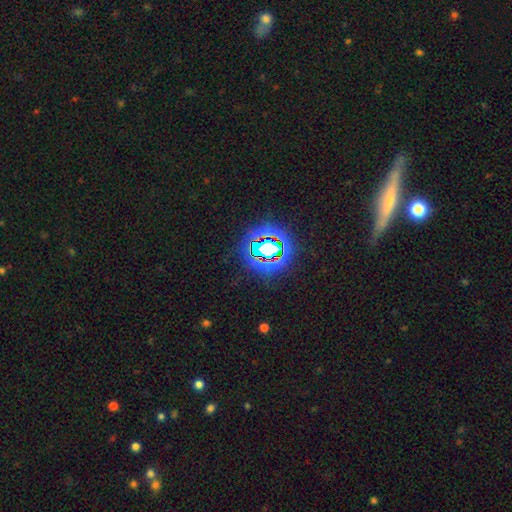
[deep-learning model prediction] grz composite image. It shows a star or artifact, not a galaxy (71%).